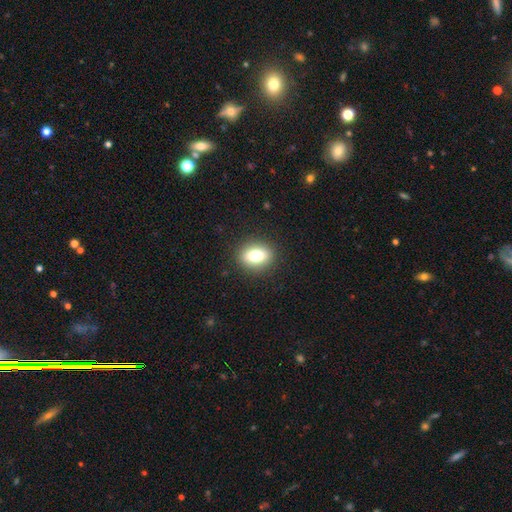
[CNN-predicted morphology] A smooth galaxy with no disk features (78%) that is in between round and cigar-shaped (60%).

Vote fractions:
- Smooth or featured? smooth: 78% / featured or disk: 13% / star or artifact: 10%
- How rounded? in between: 60% / round: 38% / cigar-shaped: 2%
- Merging? none: 89% / minor disturbance: 7% / major disturbance: 2% / merger: 1%